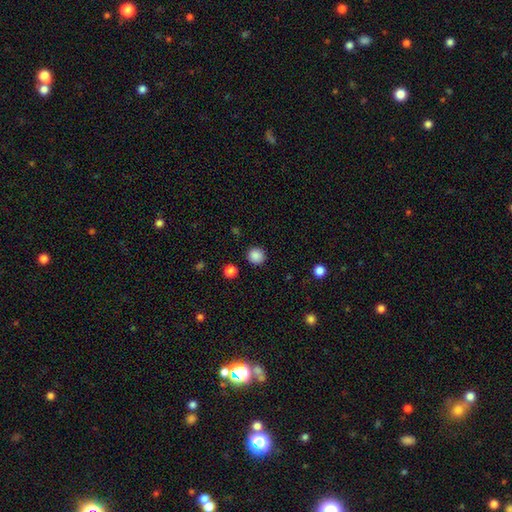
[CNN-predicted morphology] type=smooth (87%); roundness=round (93%); merging=none (91%).